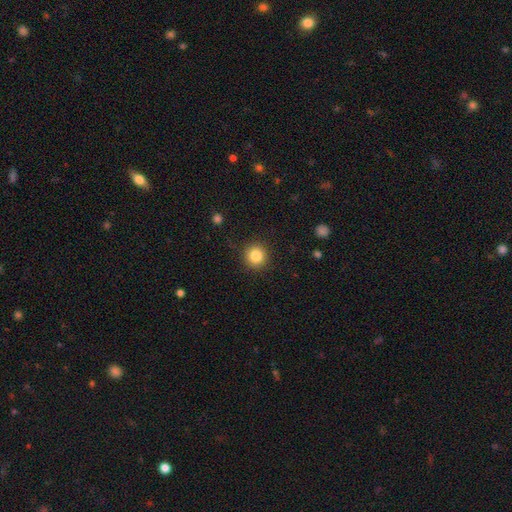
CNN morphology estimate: Q: Smooth or featured?
A: smooth (85%); runner-up: star or artifact (10%)
Q: How rounded?
A: round (93%); runner-up: in between (6%)
Q: Merging?
A: none (90%); runner-up: minor disturbance (7%)